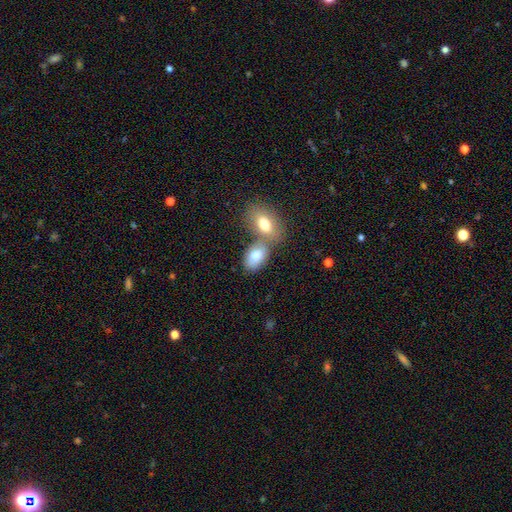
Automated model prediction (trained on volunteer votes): A smooth galaxy with no disk features (80%) that is in between round and cigar-shaped (91%). Merging: merger (44%).